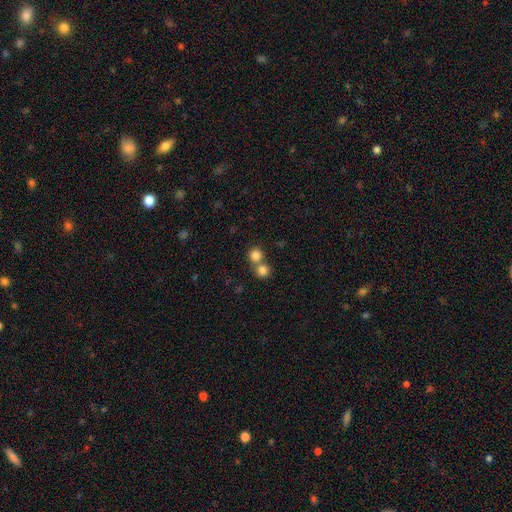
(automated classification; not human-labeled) Morphology: type=smooth (81%); roundness=round (91%); merging=none (52%).